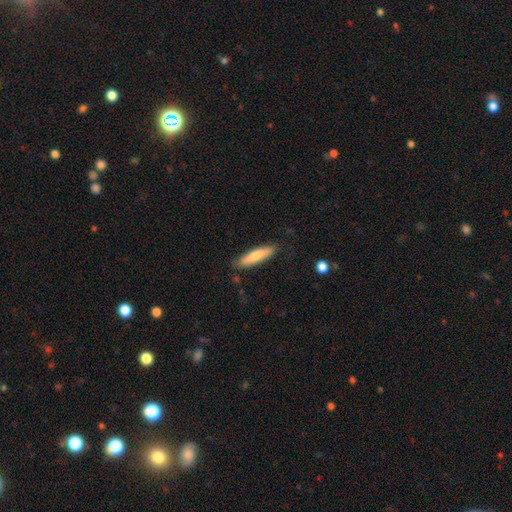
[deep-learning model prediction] Q: Smooth or featured?
A: smooth (78%); runner-up: featured or disk (17%)
Q: How rounded?
A: cigar-shaped (77%); runner-up: in between (22%)
Q: Merging?
A: none (84%); runner-up: minor disturbance (12%)